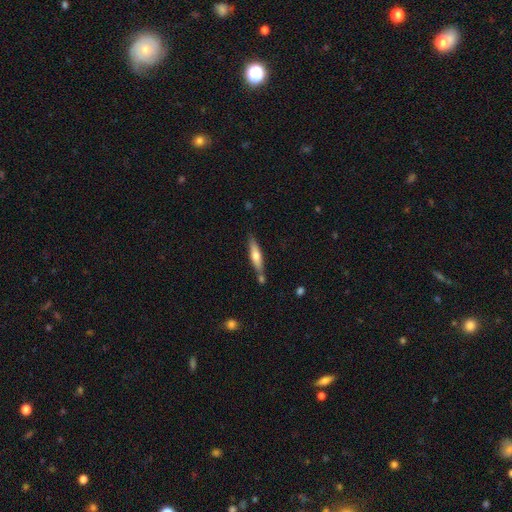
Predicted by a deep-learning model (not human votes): Smooth or featured? smooth (53%)
How rounded? cigar-shaped (82%)
Merging? none (71%)